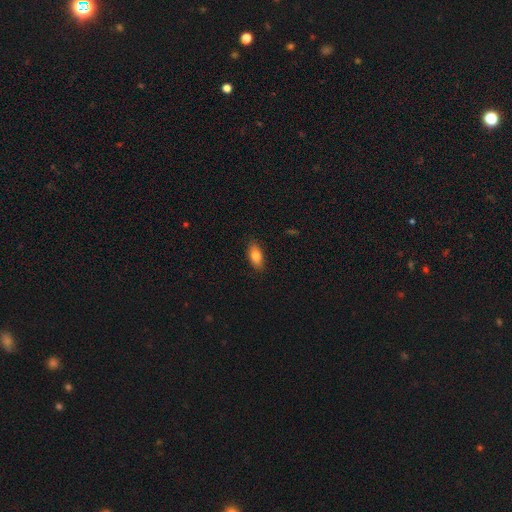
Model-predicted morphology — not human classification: type=smooth (81%); roundness=in between (87%); merging=none (88%).